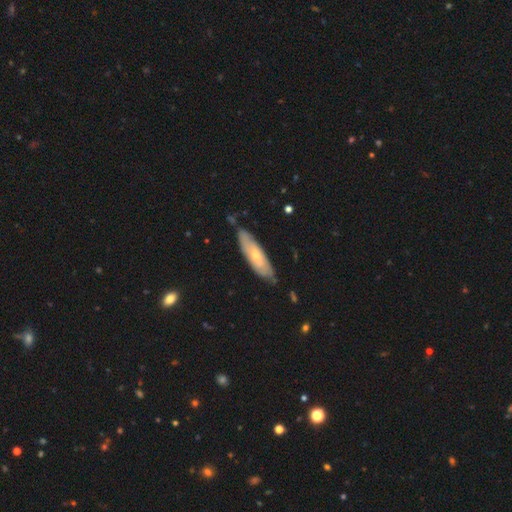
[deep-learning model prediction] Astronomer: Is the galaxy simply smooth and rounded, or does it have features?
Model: smooth — 49% (runner-up: featured or disk, 45%).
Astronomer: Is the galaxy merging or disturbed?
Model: none — 75%.